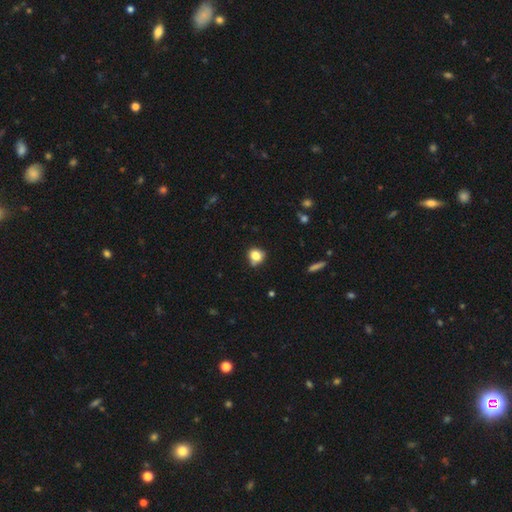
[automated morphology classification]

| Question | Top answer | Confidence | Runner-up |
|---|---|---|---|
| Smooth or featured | smooth | 81% | star or artifact (11%) |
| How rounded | round | 79% | in between (20%) |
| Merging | none | 69% | minor disturbance (22%) |